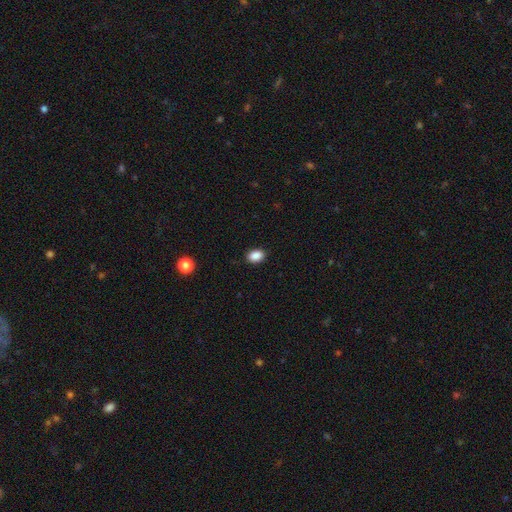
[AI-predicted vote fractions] A smooth galaxy with no disk features (88%) that is in between round and cigar-shaped (77%).

Vote fractions:
- Smooth or featured? smooth: 88% / star or artifact: 9% / featured or disk: 3%
- How rounded? in between: 77% / round: 21% / cigar-shaped: 1%
- Merging? none: 89% / minor disturbance: 8% / major disturbance: 2% / merger: 1%